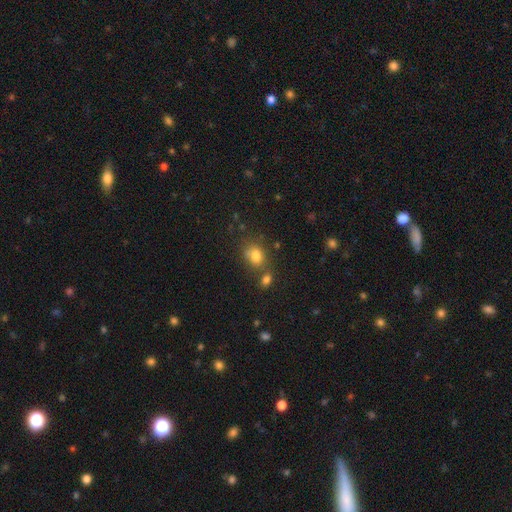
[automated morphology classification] Q: Smooth or featured?
A: smooth (79%); runner-up: star or artifact (12%)
Q: How rounded?
A: in between (58%); runner-up: round (41%)
Q: Merging?
A: none (55%); runner-up: merger (24%)